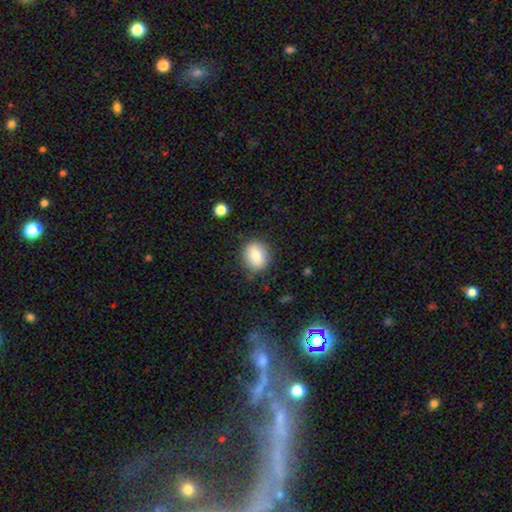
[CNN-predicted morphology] The model was most divided on "how rounded": round: 50%, in between: 48%, cigar-shaped: 1%. More confident: smooth or featured — smooth (82%); merging — none (81%).